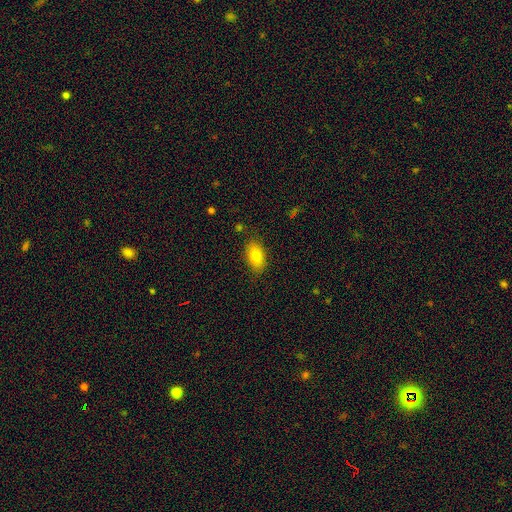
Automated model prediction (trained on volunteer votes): A smooth galaxy with no disk features (82%) that is in between round and cigar-shaped (91%). Merging: none (84%).